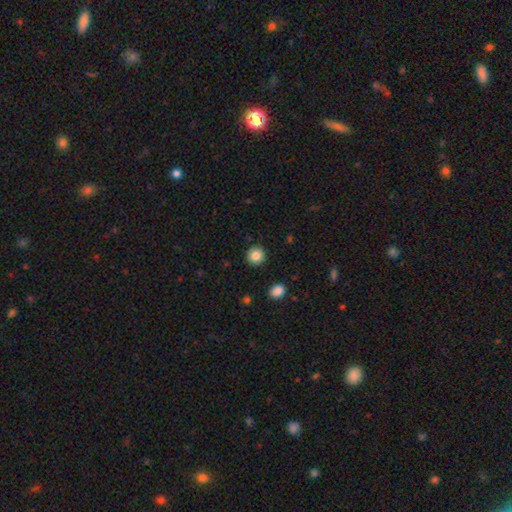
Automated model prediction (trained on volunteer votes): Smooth or featured? Predicted: smooth (p=0.84). How rounded? Predicted: round (p=0.93). Merging? Predicted: none (p=0.91).